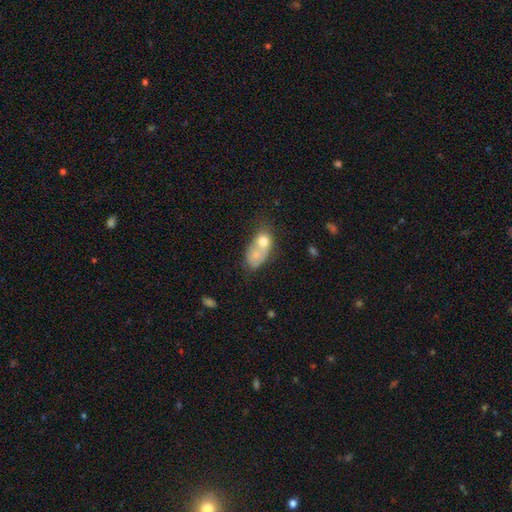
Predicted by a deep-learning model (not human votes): smooth 66%, featured or disk 26%, star or artifact 8%. Down the decision tree: how rounded — in between (70%); merging — merger (71%).